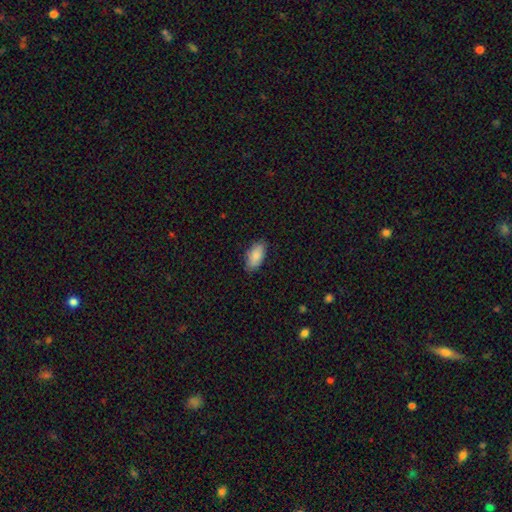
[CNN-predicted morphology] A smooth galaxy with no disk features (87%) that is in between round and cigar-shaped (93%). Merging: none (82%).